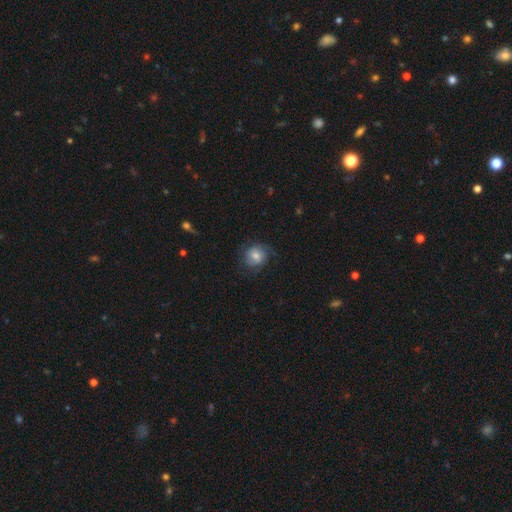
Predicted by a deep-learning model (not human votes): A smooth galaxy with no disk features (55%) that is round (73%). Merging: none (65%).